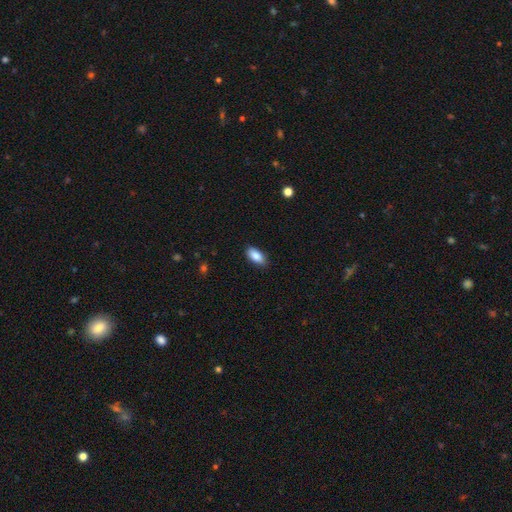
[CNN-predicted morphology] Smooth or featured?
  - smooth: 87% *
  - star or artifact: 7%
  - featured or disk: 7%
How rounded?
  - in between: 90% *
  - cigar-shaped: 7%
  - round: 3%
Merging?
  - none: 86% *
  - minor disturbance: 11%
  - major disturbance: 2%
  - merger: 1%